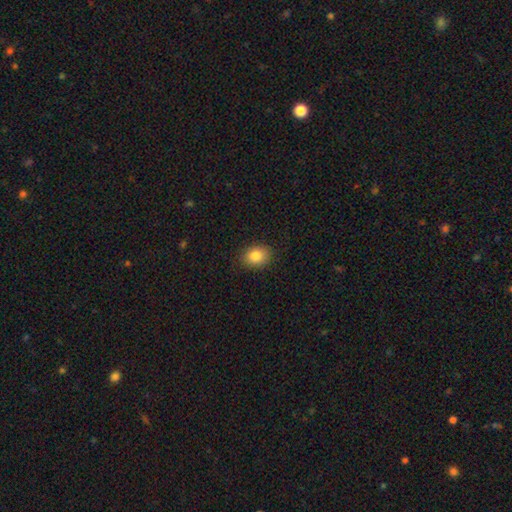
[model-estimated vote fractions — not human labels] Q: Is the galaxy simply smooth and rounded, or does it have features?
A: smooth — 84%.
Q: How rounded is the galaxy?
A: in between — 53%.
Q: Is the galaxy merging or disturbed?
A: none — 88%.